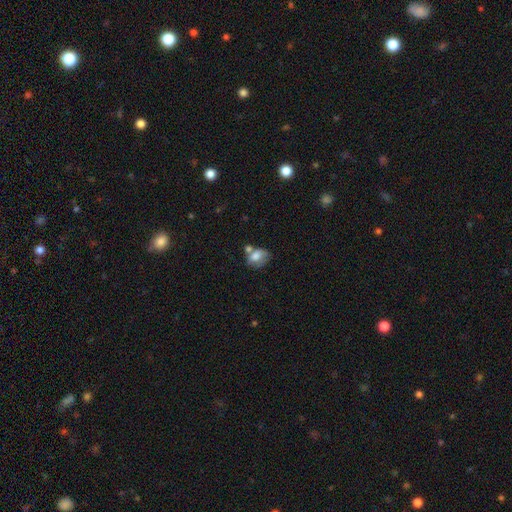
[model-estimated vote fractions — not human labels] A smooth galaxy with no disk features (70%) that is in between round and cigar-shaped (66%).

Vote fractions:
- Smooth or featured? smooth: 70% / featured or disk: 21% / star or artifact: 9%
- How rounded? in between: 66% / round: 33% / cigar-shaped: 1%
- Merging? none: 35% / merger: 32% / minor disturbance: 22% / major disturbance: 11%